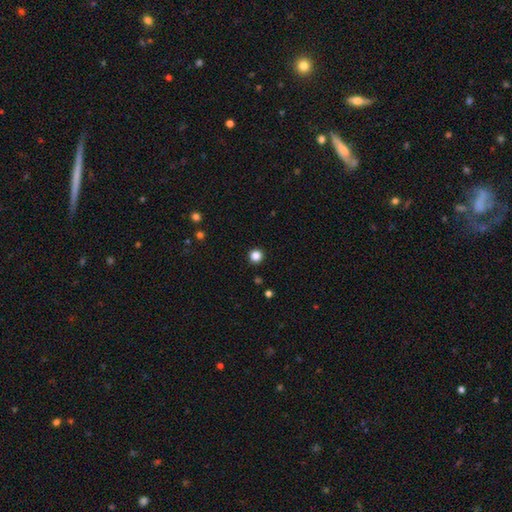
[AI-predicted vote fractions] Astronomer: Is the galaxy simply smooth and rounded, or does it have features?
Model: smooth — 85%.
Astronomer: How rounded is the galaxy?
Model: round — 96%.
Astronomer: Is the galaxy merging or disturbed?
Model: none — 93%.